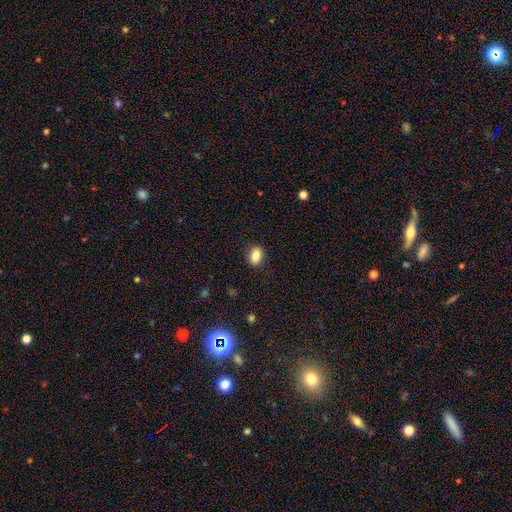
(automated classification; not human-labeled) Morphology: type=smooth (84%); roundness=in between (75%); merging=none (88%).